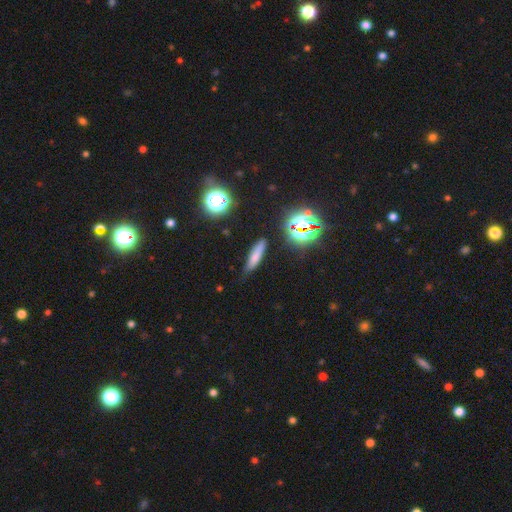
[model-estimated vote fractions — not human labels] Smooth or featured? smooth (67%)
How rounded? cigar-shaped (77%)
Merging? none (81%)